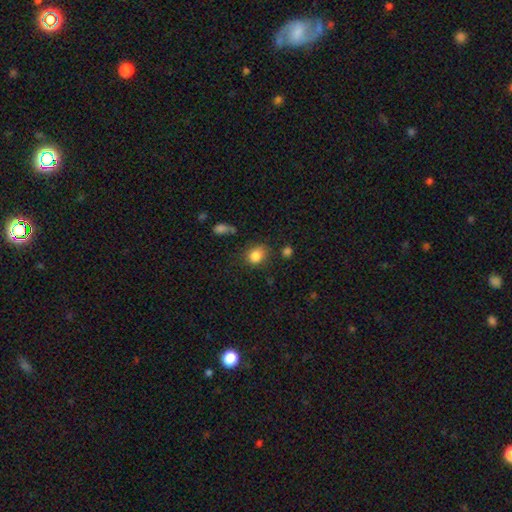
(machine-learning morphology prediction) This is clearly a smooth galaxy (84%). How rounded: possibly round (55%). Merging: likely none (72%).